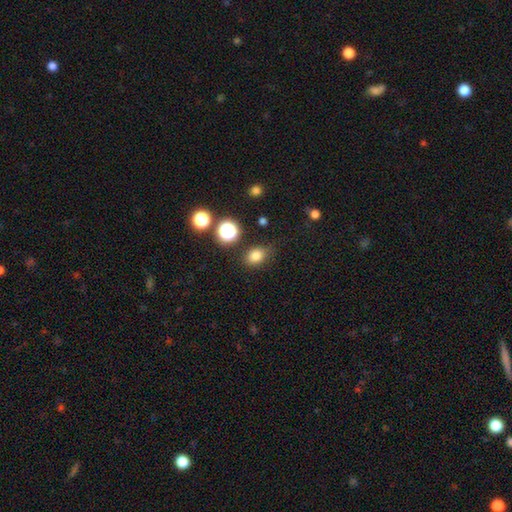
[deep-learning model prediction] smooth-or-featured: smooth: 80% | star or artifact: 14% | featured or disk: 6%
  how-rounded: in between: 60% | round: 38% | cigar-shaped: 1%
  merging: none: 74% | minor disturbance: 18% | major disturbance: 5% | merger: 3%